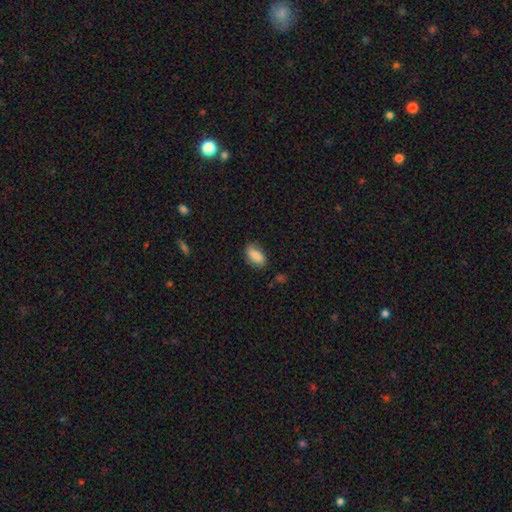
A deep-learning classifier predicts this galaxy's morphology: type=smooth (82%); roundness=in between (90%); merging=none (71%).